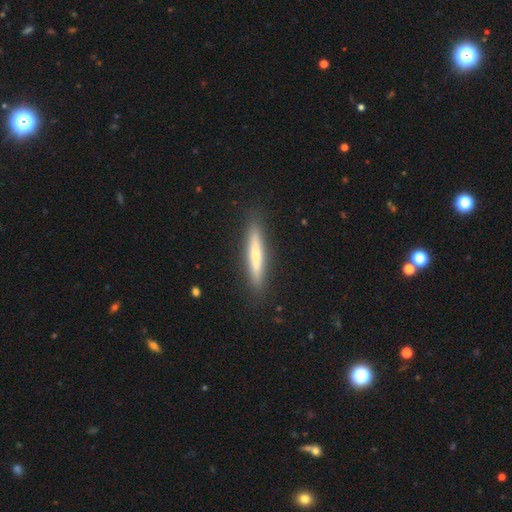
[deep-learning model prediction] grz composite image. It shows a smooth galaxy with no disk features (61%) that is cigar-shaped (94%). Merging: none (90%).